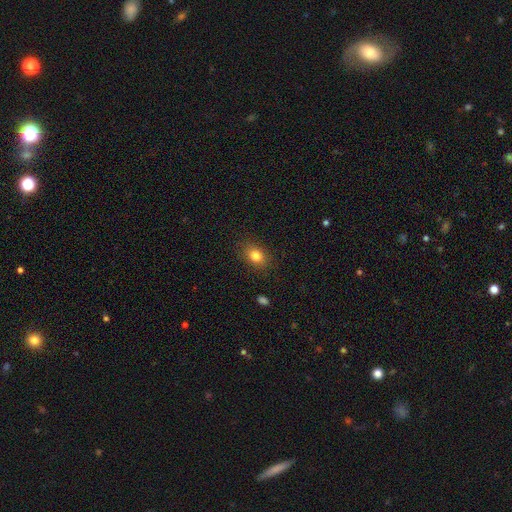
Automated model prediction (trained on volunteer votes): Q: Smooth or featured?
A: smooth (82%); runner-up: star or artifact (10%)
Q: How rounded?
A: in between (71%); runner-up: round (27%)
Q: Merging?
A: none (86%); runner-up: minor disturbance (10%)